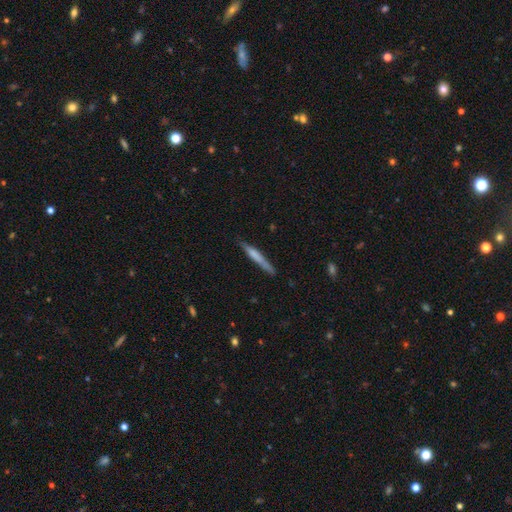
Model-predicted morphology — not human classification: smooth 60%, featured or disk 34%, star or artifact 6%. Down the decision tree: how rounded — cigar-shaped (95%); merging — none (80%).